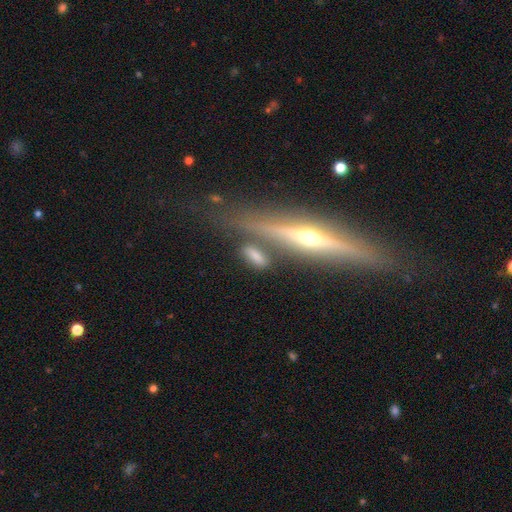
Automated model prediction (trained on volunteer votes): This is likely a smooth galaxy (64%). How rounded: possibly in between (59%). Merging: likely none (65%).